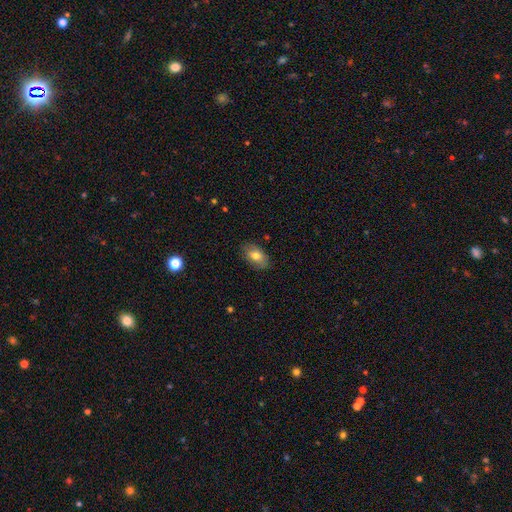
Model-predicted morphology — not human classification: The model was most divided on "smooth or featured": smooth: 77%, featured or disk: 16%, star or artifact: 8%. More confident: how rounded — in between (91%); merging — none (84%).